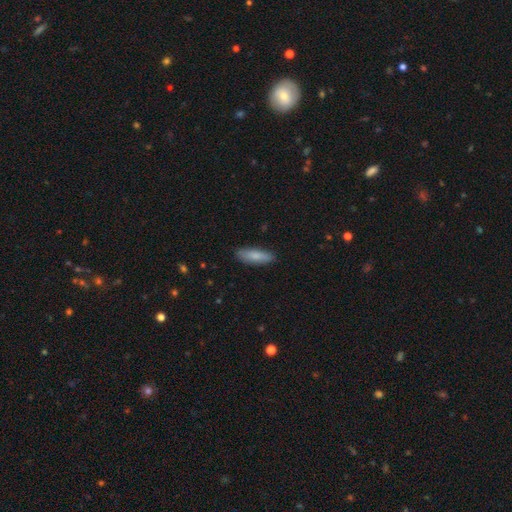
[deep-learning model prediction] Q: Smooth or featured?
A: smooth (82%); runner-up: featured or disk (12%)
Q: How rounded?
A: in between (49%); tied with: cigar-shaped (49%)
Q: Merging?
A: none (86%); runner-up: minor disturbance (11%)